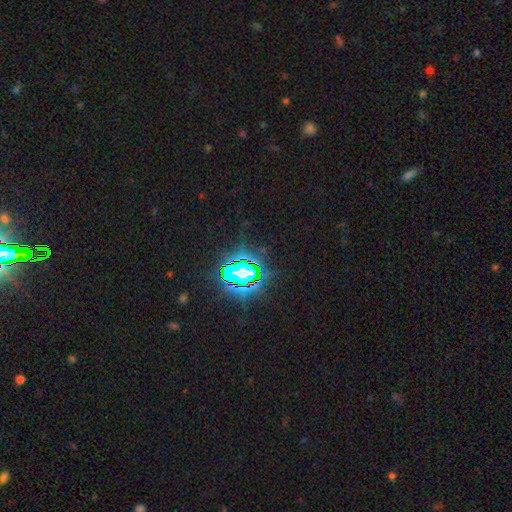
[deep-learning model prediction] Morphology: type=star or artifact (85%).